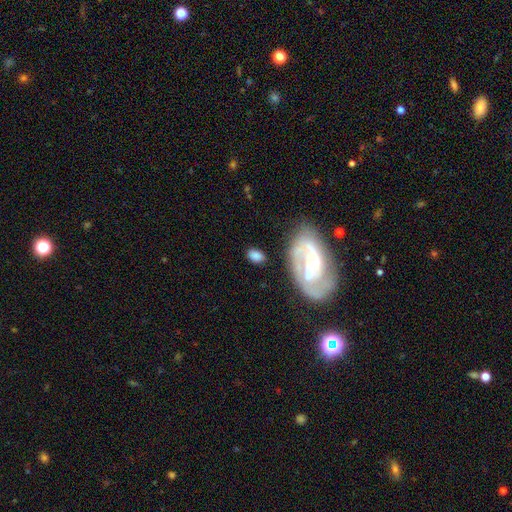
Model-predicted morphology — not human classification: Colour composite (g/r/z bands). It shows a smooth galaxy with no disk features (67%) that is in between round and cigar-shaped (87%). Merging: none (67%).